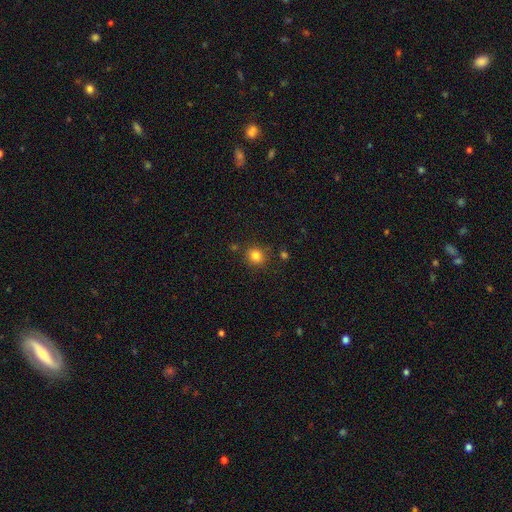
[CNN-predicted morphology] Q: Smooth or featured?
A: smooth (83%); runner-up: star or artifact (12%)
Q: How rounded?
A: round (87%); runner-up: in between (12%)
Q: Merging?
A: none (84%); runner-up: minor disturbance (9%)